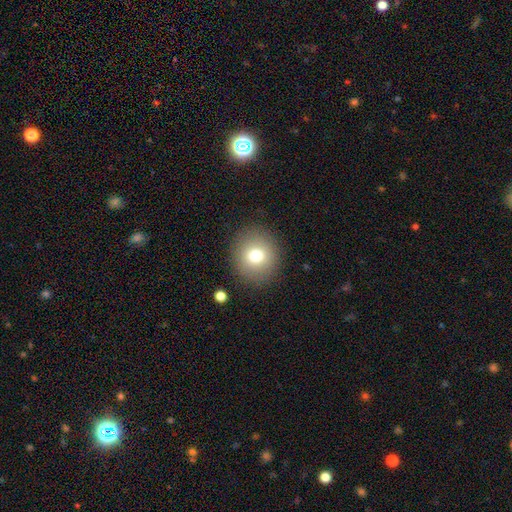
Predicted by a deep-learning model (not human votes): A smooth galaxy with no disk features (76%) that is round (86%). Merging: none (88%).